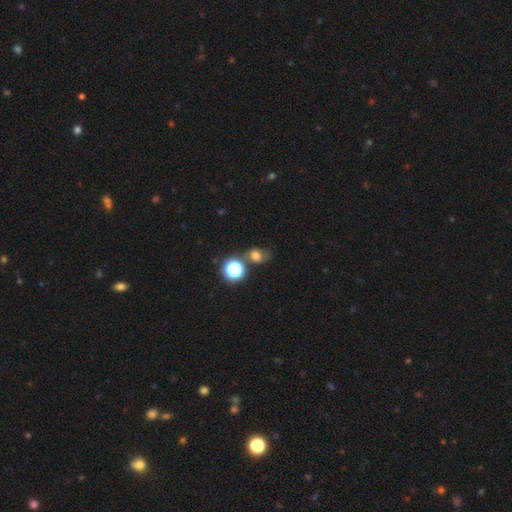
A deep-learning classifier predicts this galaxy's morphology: Overall: smooth (63%). How rounded: in between (56%; round 43%). Merging: none (50%; minor disturbance 21%).